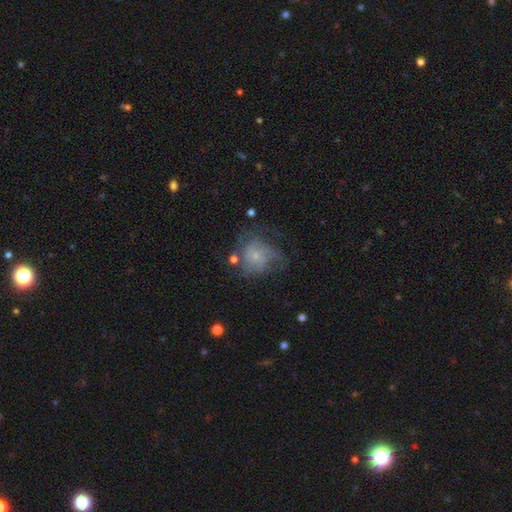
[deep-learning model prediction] The model was most divided on "merging": none: 42%, major disturbance: 29%, minor disturbance: 24%, merger: 5%. More confident: edge-on disk — no (98%); bar — no (81%); spiral arms — yes (76%); bulge size — small (73%); smooth or featured — featured or disk (58%).